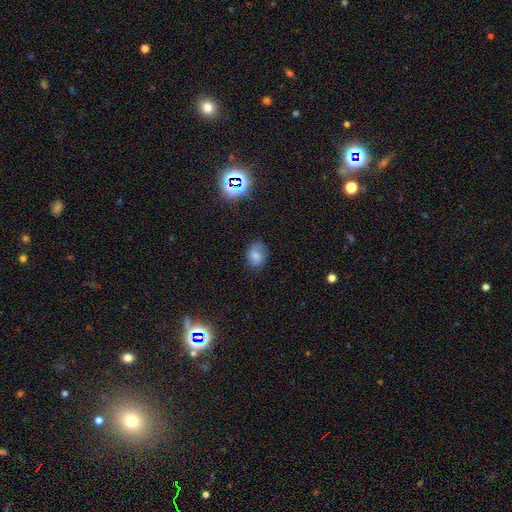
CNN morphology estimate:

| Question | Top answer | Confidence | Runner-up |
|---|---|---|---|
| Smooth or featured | smooth | 69% | featured or disk (17%) |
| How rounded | in between | 65% | round (34%) |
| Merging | none | 73% | minor disturbance (20%) |